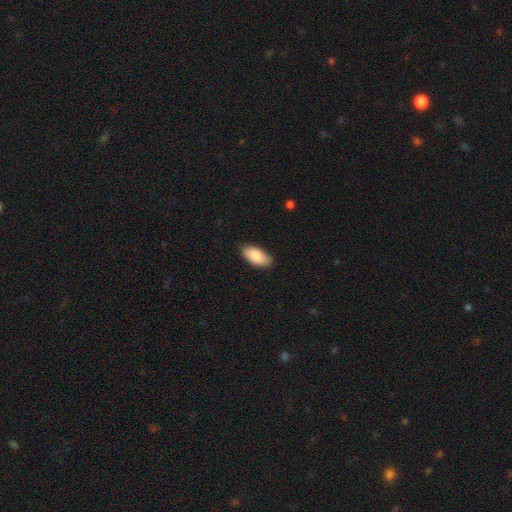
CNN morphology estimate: smooth-or-featured: smooth: 88% | featured or disk: 6% | star or artifact: 6%
  how-rounded: in between: 92% | cigar-shaped: 6% | round: 2%
  merging: none: 85% | minor disturbance: 12% | major disturbance: 2% | merger: 1%